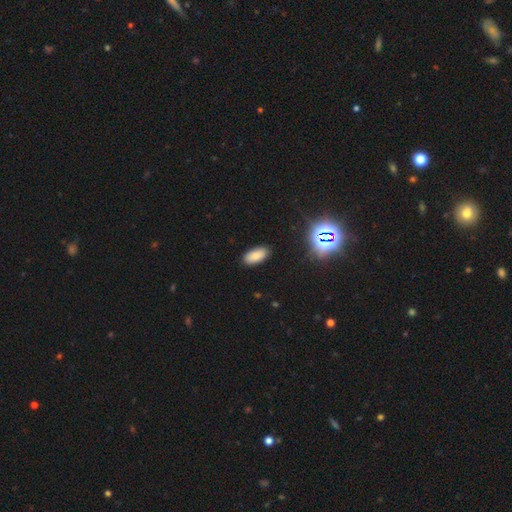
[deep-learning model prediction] Overall: smooth (81%). How rounded: in between (92%). Merging: none (89%).